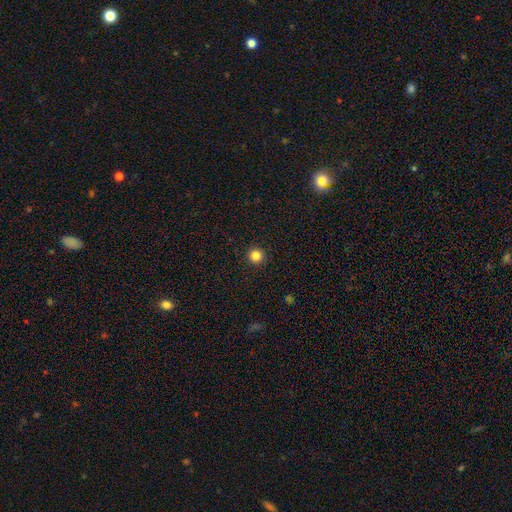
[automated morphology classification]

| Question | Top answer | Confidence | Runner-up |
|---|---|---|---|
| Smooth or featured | smooth | 84% | star or artifact (12%) |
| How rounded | round | 96% | in between (3%) |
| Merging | none | 93% | minor disturbance (4%) |